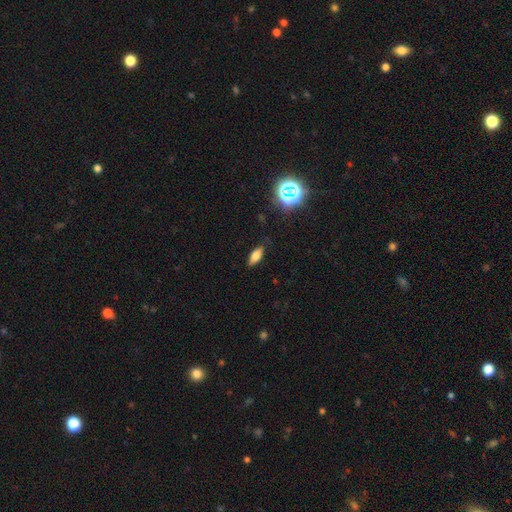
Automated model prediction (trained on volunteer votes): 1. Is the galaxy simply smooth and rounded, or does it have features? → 67% smooth, 19% featured or disk, 14% star or artifact.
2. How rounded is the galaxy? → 74% in between, 22% cigar-shaped, 4% round.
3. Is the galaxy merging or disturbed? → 84% none, 12% minor disturbance, 3% major disturbance, 1% merger.